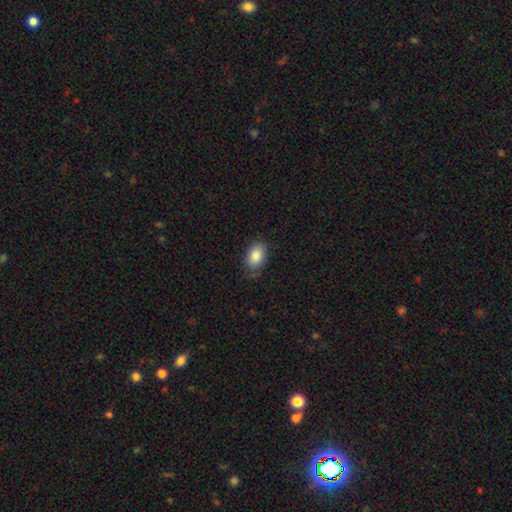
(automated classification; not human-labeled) Smooth or featured? smooth (86%)
How rounded? in between (87%)
Merging? none (77%)